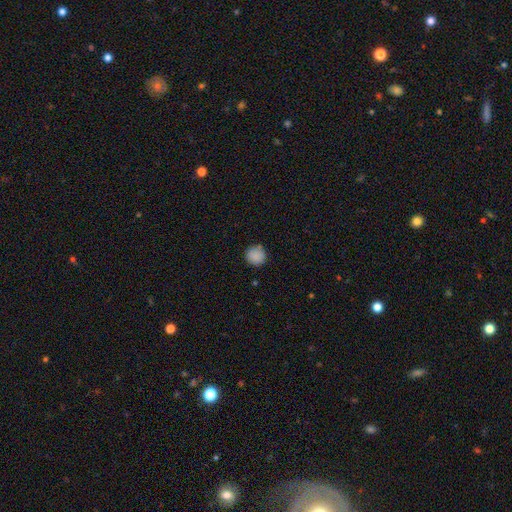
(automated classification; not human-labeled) Smooth or featured? smooth (87%)
How rounded? round (93%)
Merging? none (83%)